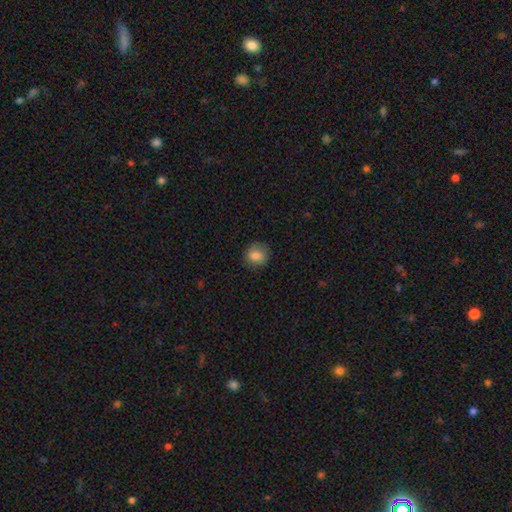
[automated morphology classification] Smooth or featured? Predicted: smooth (p=0.83). How rounded? Predicted: round (p=0.84). Merging? Predicted: none (p=0.83).